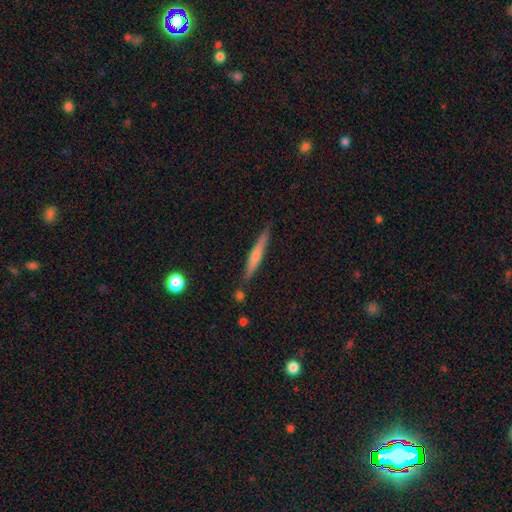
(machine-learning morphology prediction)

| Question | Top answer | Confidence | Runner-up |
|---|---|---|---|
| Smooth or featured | smooth | 52% | featured or disk (42%) |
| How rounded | cigar-shaped | 94% | in between (4%) |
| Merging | none | 84% | minor disturbance (11%) |